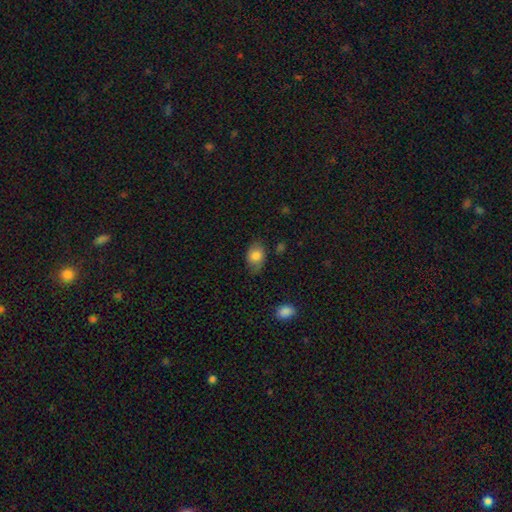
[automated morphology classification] type=smooth (79%); roundness=in between (76%); merging=none (67%).